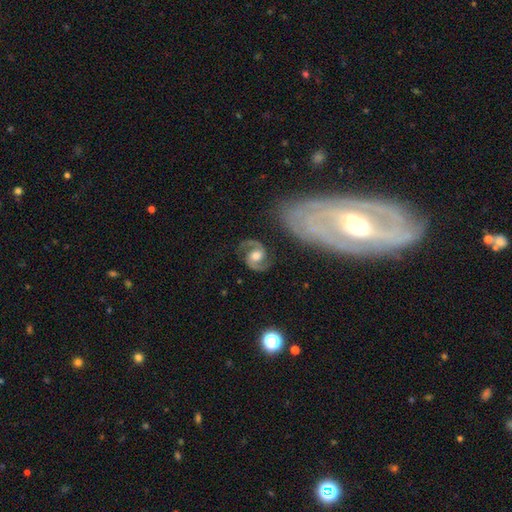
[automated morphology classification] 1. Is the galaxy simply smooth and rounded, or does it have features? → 90% featured or disk, 6% smooth, 5% star or artifact.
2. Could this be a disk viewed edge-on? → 98% no, 2% yes.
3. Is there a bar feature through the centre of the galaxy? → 48% no, 40% weak, 13% strong.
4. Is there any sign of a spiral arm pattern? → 98% yes, 2% no.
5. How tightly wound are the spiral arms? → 61% medium, 21% loose, 18% tight.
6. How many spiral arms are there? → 94% 2, 2% can't tell, 1% 1, 1% 3, 1% 4, 1% more than 4.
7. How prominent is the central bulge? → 69% moderate, 15% small, 13% large, 2% none, 1% dominant.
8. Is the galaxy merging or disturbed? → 80% none, 12% minor disturbance, 5% major disturbance, 3% merger.